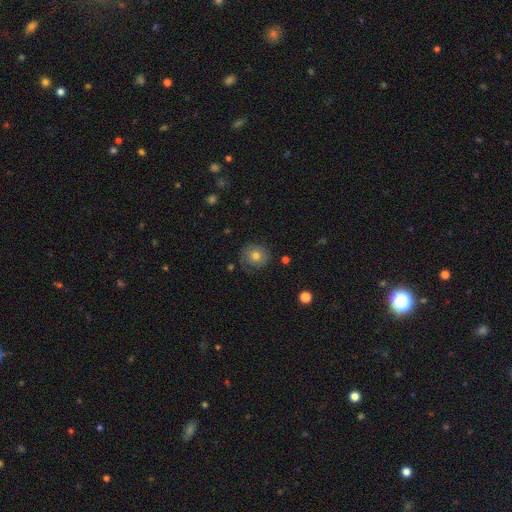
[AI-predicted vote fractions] This appears to be a smooth galaxy with no disk features (70%) that is round (90%). Merging: none (79%).